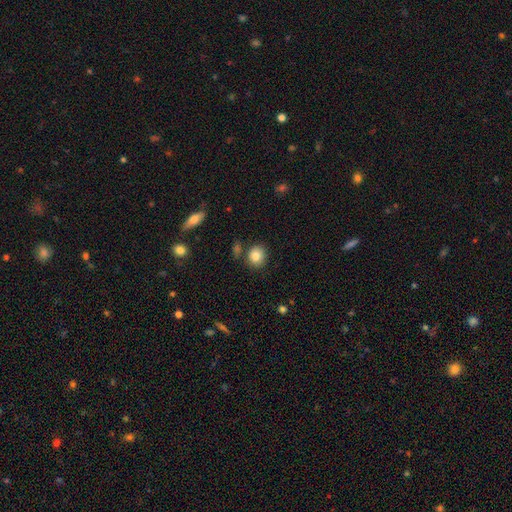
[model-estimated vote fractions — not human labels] smooth-or-featured: smooth: 85% | star or artifact: 9% | featured or disk: 6%
  how-rounded: round: 76% | in between: 23% | cigar-shaped: 1%
  merging: none: 80% | minor disturbance: 10% | merger: 6% | major disturbance: 3%